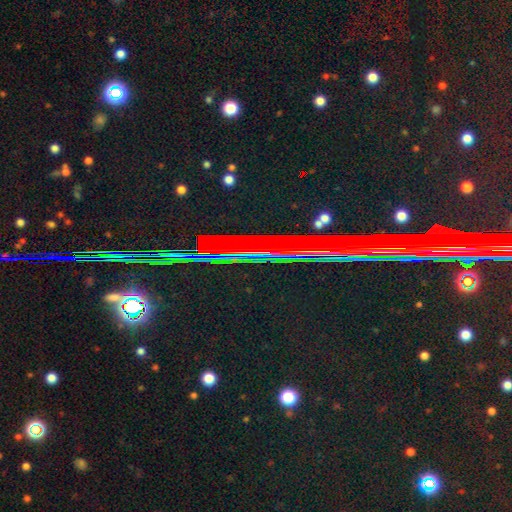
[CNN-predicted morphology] This is likely a star or artifact rather than a galaxy (73%).